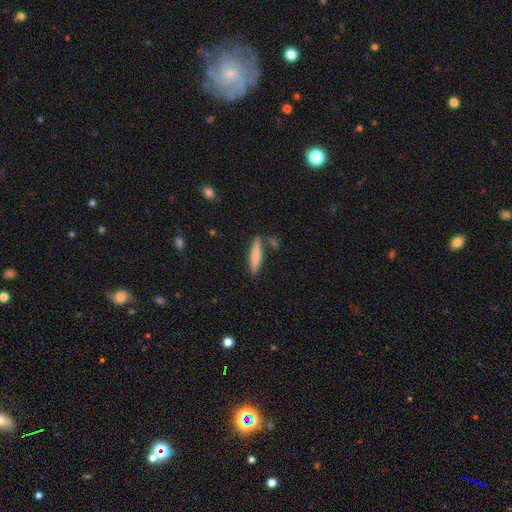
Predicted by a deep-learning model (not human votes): A smooth galaxy with no disk features (70%) that is cigar-shaped (87%). Merging: none (78%).